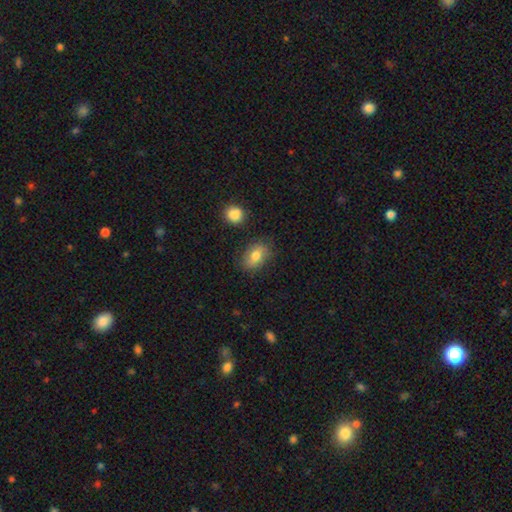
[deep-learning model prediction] smooth 77%, featured or disk 15%, star or artifact 8%. Down the decision tree: how rounded — in between (83%); merging — none (78%).